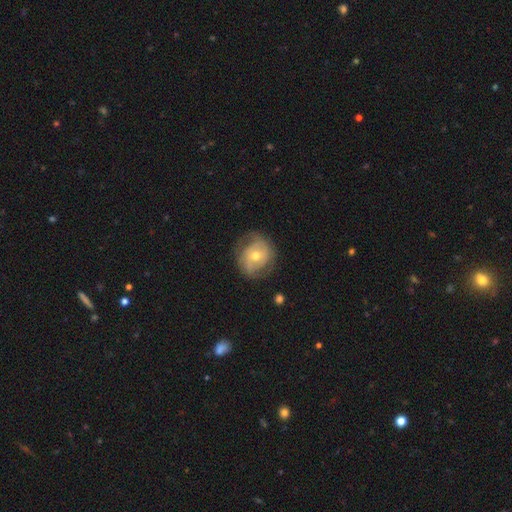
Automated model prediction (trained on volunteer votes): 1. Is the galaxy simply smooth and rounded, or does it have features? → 63% featured or disk, 31% smooth, 6% star or artifact.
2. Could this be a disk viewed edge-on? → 97% no, 3% yes.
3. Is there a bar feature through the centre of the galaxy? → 63% no, 27% weak, 9% strong.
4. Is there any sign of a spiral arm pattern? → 75% yes, 25% no.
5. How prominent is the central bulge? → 59% moderate, 36% small, 3% large, 1% none, 1% dominant.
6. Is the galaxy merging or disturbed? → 64% none, 23% minor disturbance, 12% major disturbance, 1% merger.